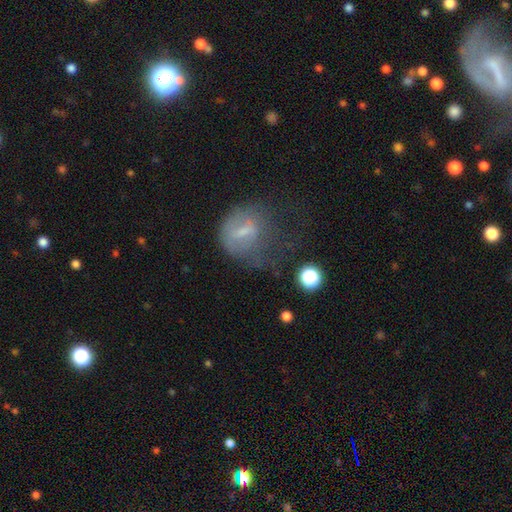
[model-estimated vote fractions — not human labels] Smooth or featured? Predicted: smooth (p=0.39). Merging? Predicted: none (p=0.42).